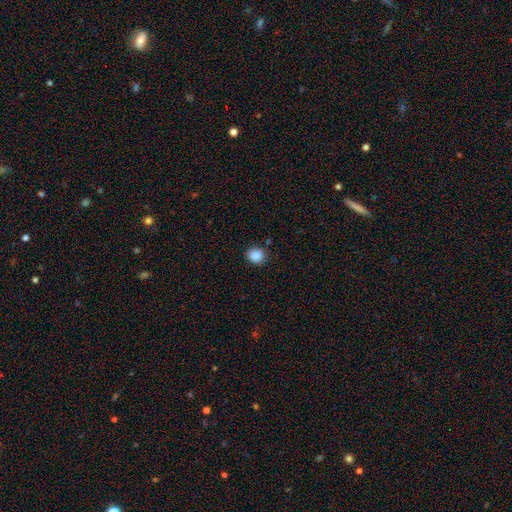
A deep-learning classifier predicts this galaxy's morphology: smooth_or_featured: smooth (p=0.87) [alt: star or artifact p=0.10]
how_rounded: round (p=0.77) [alt: in between p=0.23]
merging: none (p=0.86) [alt: minor disturbance p=0.09]